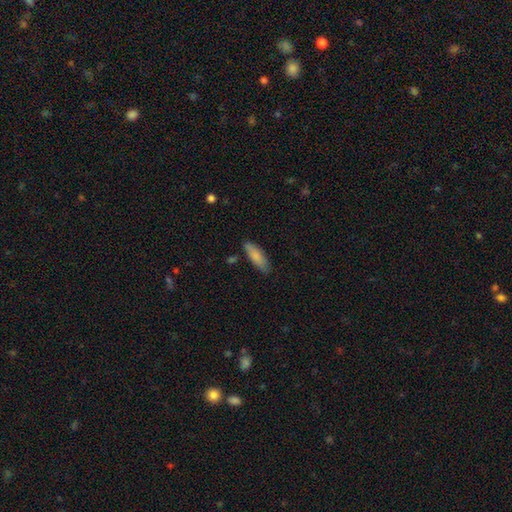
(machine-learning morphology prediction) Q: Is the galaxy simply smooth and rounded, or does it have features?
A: smooth — 84%.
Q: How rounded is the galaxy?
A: in between — 54%.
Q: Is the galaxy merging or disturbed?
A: none — 81%.